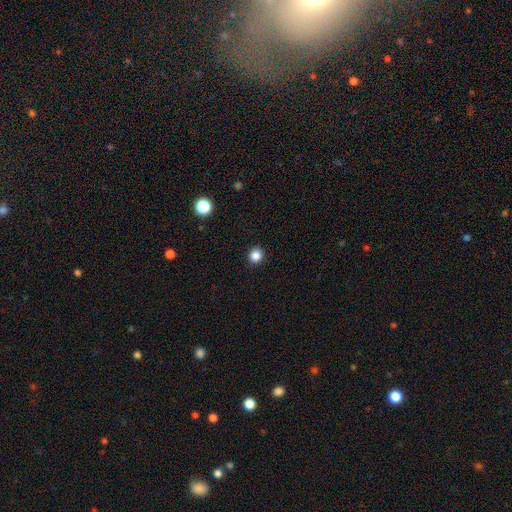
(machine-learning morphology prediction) type=smooth (85%); roundness=round (85%); merging=none (92%).